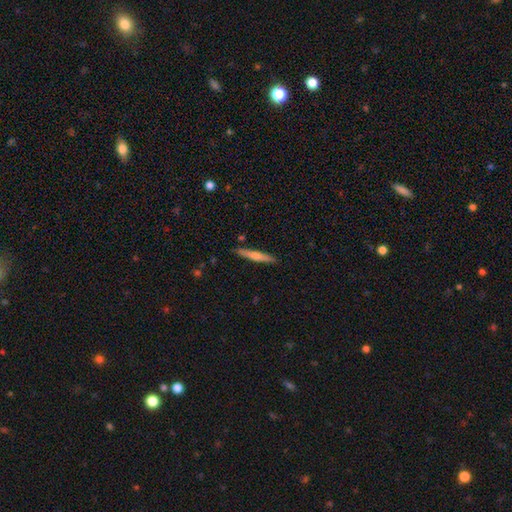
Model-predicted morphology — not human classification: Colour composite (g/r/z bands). It shows a smooth galaxy with no disk features (52%) that is cigar-shaped (94%). Merging: none (89%).